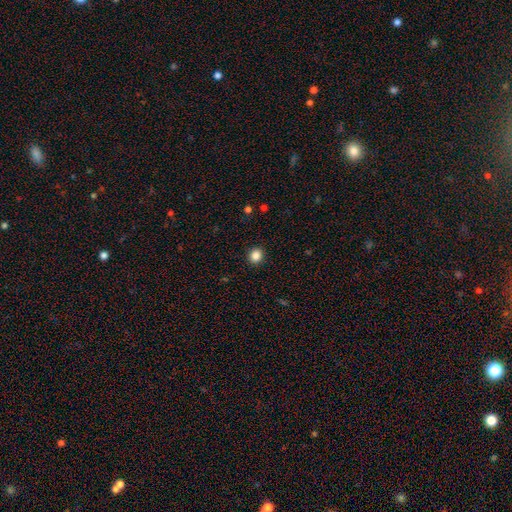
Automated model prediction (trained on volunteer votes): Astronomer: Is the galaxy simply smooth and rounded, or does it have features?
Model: smooth — 86%.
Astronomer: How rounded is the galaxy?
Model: round — 82%.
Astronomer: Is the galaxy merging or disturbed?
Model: none — 92%.